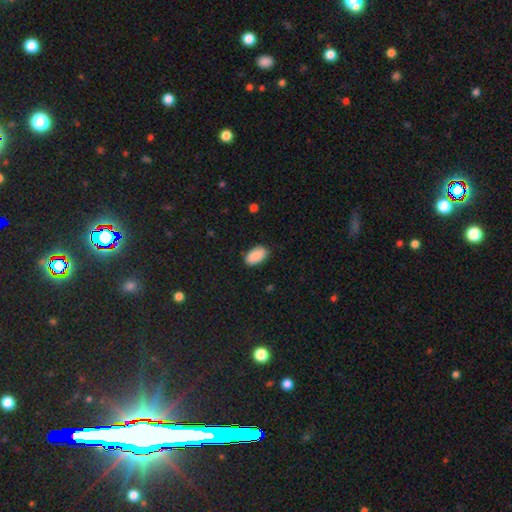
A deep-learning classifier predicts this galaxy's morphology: smooth_or_featured: smooth (p=0.90) [alt: star or artifact p=0.06]
how_rounded: in between (p=0.95) [alt: round p=0.04]
merging: none (p=0.85) [alt: minor disturbance p=0.12]